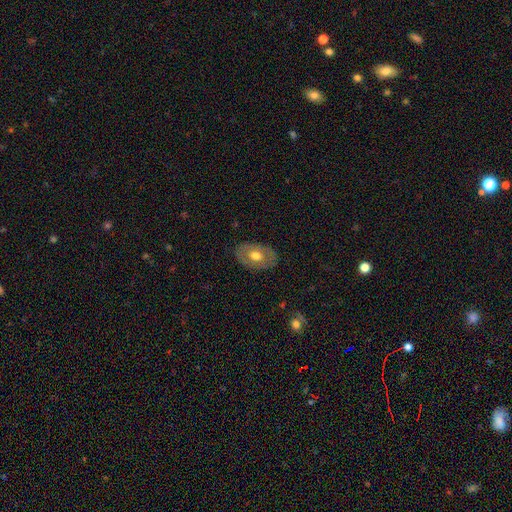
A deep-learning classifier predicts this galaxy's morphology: Smooth or featured? Predicted: smooth (p=0.53). How rounded? Predicted: in between (p=0.83). Merging? Predicted: none (p=0.83).